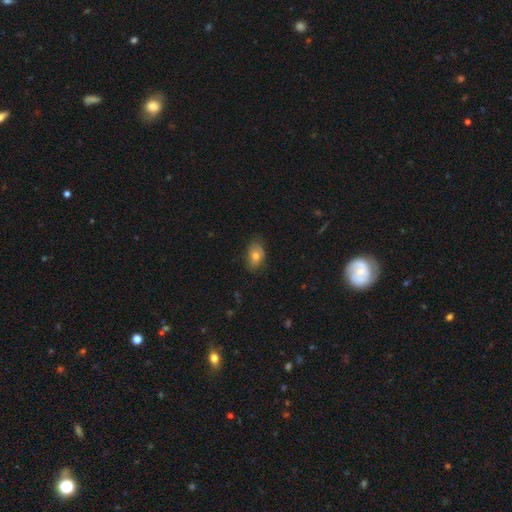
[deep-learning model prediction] The model was most divided on "merging": none: 72%, minor disturbance: 22%, major disturbance: 4%, merger: 1%. More confident: how rounded — in between (83%); smooth or featured — smooth (74%).